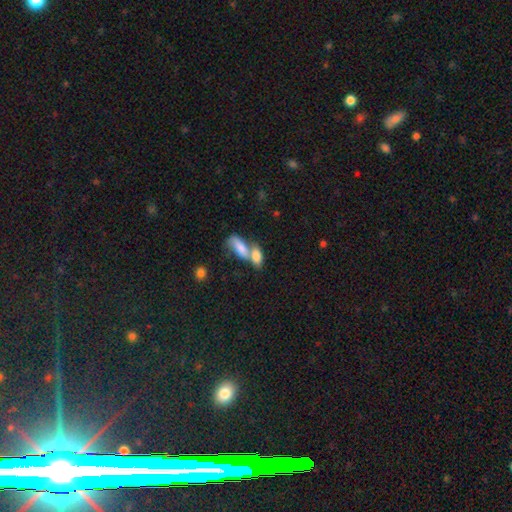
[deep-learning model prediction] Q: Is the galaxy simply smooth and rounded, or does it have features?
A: smooth — 77%.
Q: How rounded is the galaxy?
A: in between — 82%.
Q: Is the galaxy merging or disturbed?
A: merger — 69%.